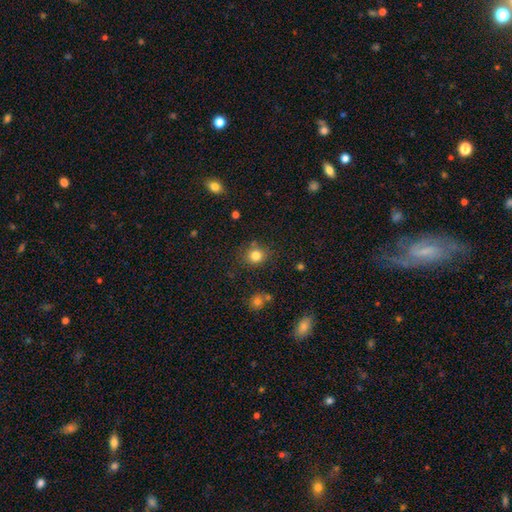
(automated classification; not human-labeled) This appears to be a smooth galaxy with no disk features (82%) that is round (81%). Merging: none (80%).